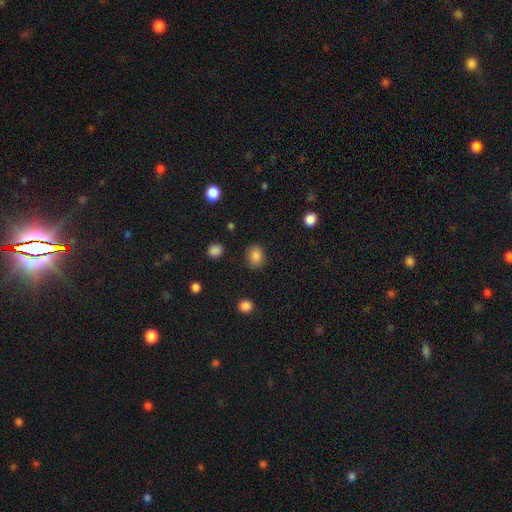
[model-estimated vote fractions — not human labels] Smooth or featured? Predicted: smooth (p=0.85). How rounded? Predicted: round (p=0.60). Merging? Predicted: none (p=0.85).